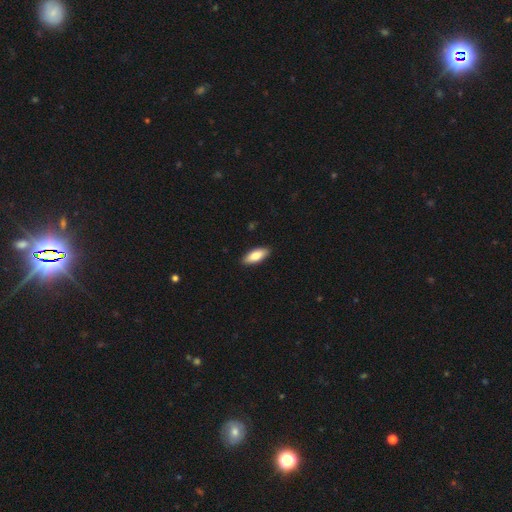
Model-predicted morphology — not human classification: Overall: smooth (82%). How rounded: in between (78%). Merging: none (90%).